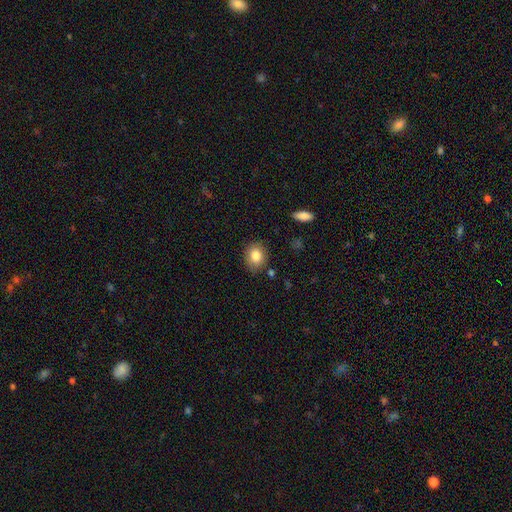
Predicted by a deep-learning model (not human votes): A smooth galaxy with no disk features (82%) that is round (57%).

Vote fractions:
- Smooth or featured? smooth: 82% / featured or disk: 9% / star or artifact: 9%
- How rounded? round: 57% / in between: 42% / cigar-shaped: 1%
- Merging? none: 83% / minor disturbance: 12% / major disturbance: 3% / merger: 2%